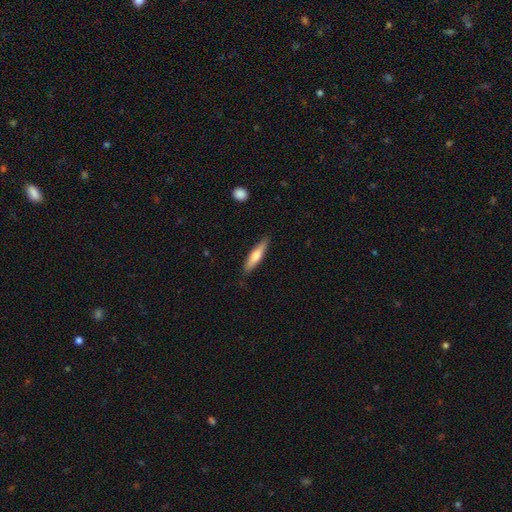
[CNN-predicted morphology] smooth_or_featured: smooth (p=0.60) [alt: featured or disk p=0.35]
how_rounded: cigar-shaped (p=0.79) [alt: in between p=0.20]
merging: none (p=0.86) [alt: minor disturbance p=0.11]